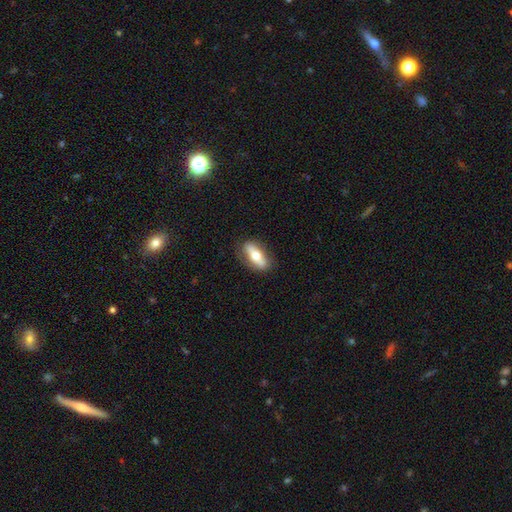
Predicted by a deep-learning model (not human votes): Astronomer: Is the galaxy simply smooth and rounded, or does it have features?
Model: smooth — 51% (runner-up: featured or disk, 43%).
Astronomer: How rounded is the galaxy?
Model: in between — 67%.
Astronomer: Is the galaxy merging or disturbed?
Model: none — 83%.